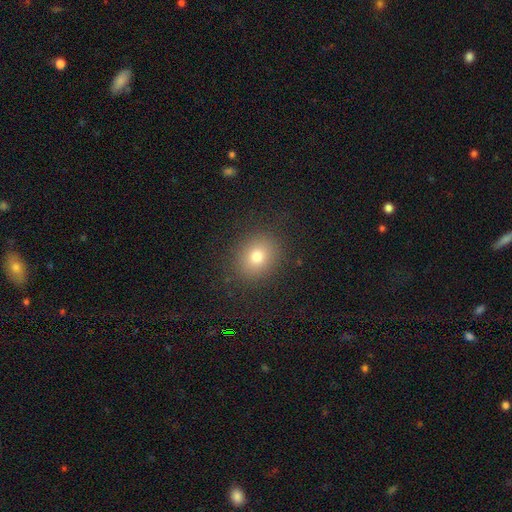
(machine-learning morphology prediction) Overall: smooth (76%). How rounded: round (65%; in between 34%). Merging: none (87%).